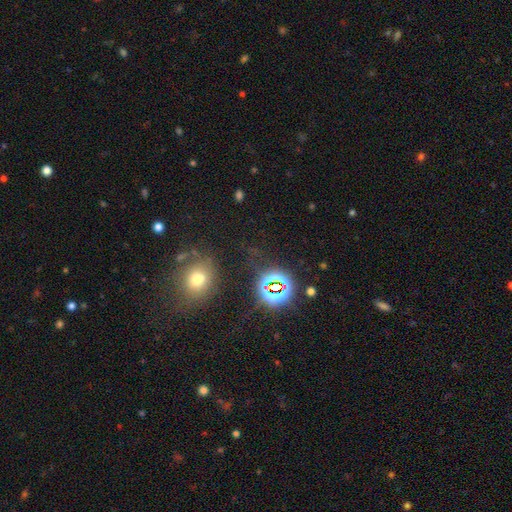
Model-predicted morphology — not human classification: Smooth or featured: star or artifact — 54% (smooth — 33%)